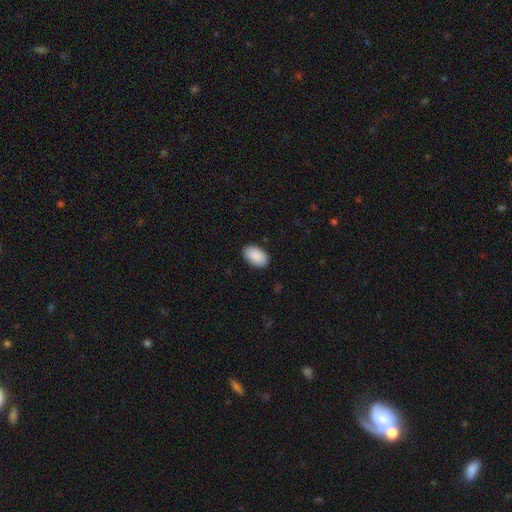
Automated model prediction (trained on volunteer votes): Morphology: type=smooth (91%); roundness=in between (94%); merging=none (88%).